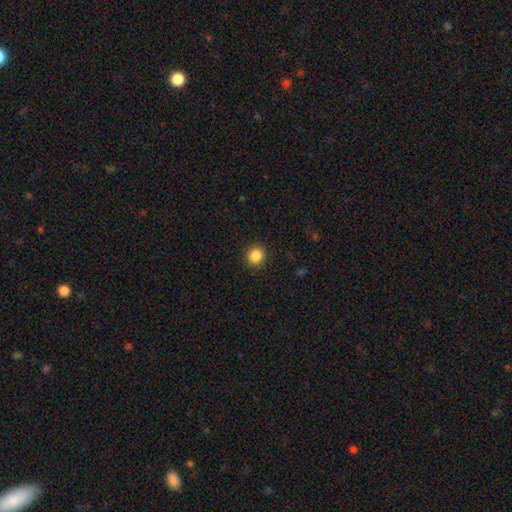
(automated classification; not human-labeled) Smooth or featured? smooth (87%)
How rounded? round (90%)
Merging? none (92%)